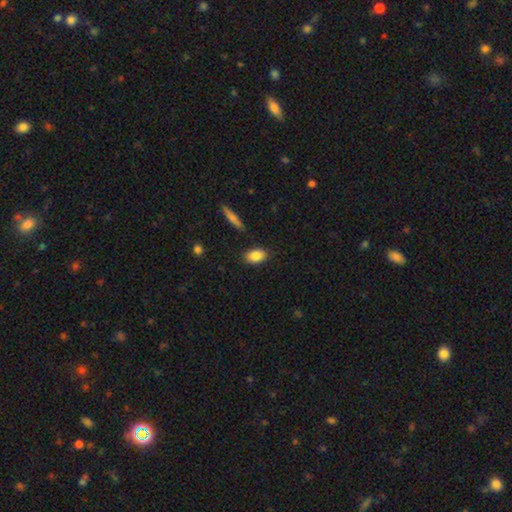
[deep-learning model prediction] smooth_or_featured: smooth (p=0.85) [alt: featured or disk p=0.08]
how_rounded: in between (p=0.87) [alt: round p=0.10]
merging: none (p=0.87) [alt: minor disturbance p=0.09]